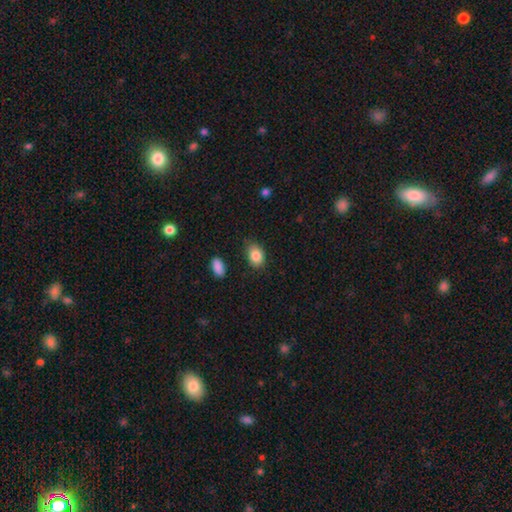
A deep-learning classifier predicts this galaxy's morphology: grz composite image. It shows a smooth galaxy with no disk features (86%) that is in between round and cigar-shaped (77%). Merging: none (76%).